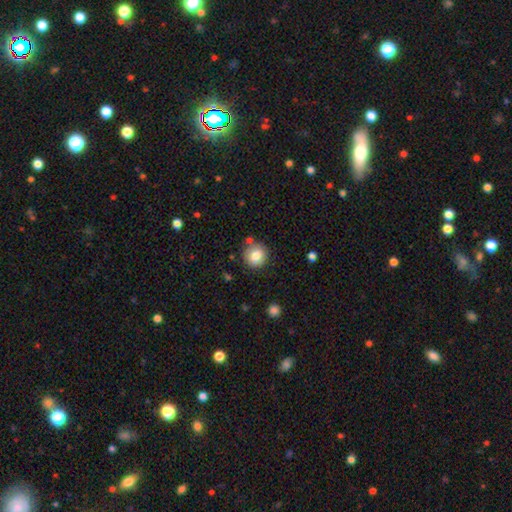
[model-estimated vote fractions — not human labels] Smooth or featured?
  - smooth: 82% *
  - star or artifact: 9%
  - featured or disk: 9%
How rounded?
  - round: 92% *
  - in between: 7%
  - cigar-shaped: 1%
Merging?
  - none: 80% *
  - minor disturbance: 11%
  - merger: 6%
  - major disturbance: 3%